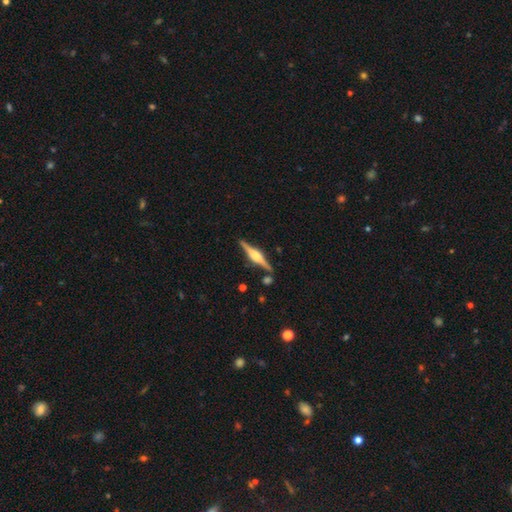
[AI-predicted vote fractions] Smooth or featured? Predicted: featured or disk (p=0.82). Edge-on disk? Predicted: yes (p=0.98). Edge-on bulge? Predicted: rounded (p=0.83). Merging? Predicted: none (p=0.87).